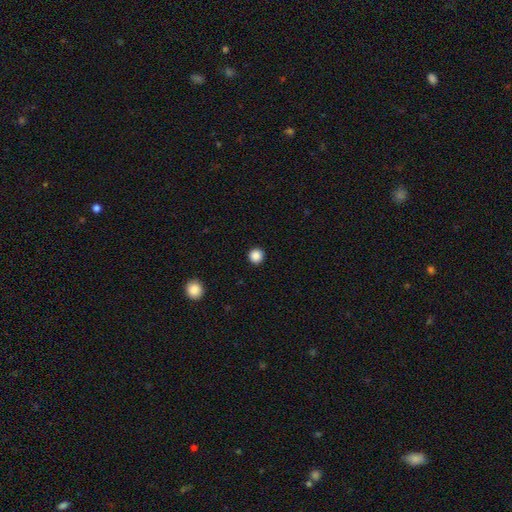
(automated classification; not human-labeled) Morphology: type=smooth (87%); roundness=round (96%); merging=none (93%).